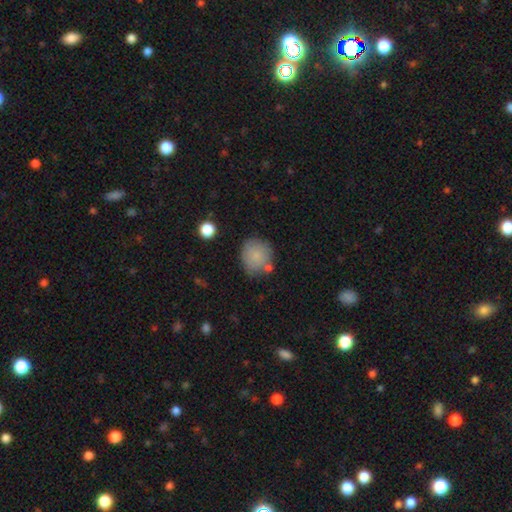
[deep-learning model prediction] The model was most divided on "merging": none: 68%, minor disturbance: 18%, merger: 9%, major disturbance: 5%. More confident: smooth or featured — smooth (82%); how rounded — round (79%).